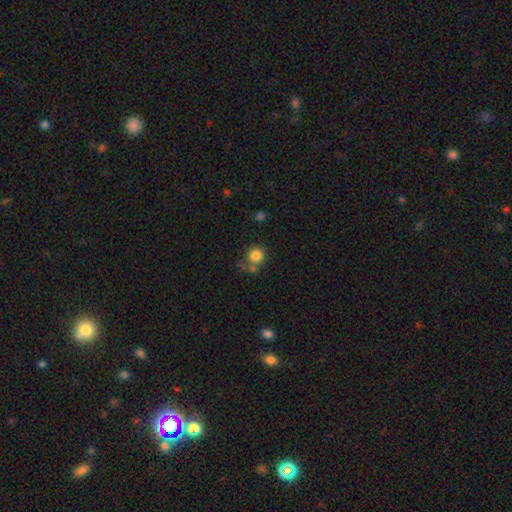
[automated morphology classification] Smooth or featured? Predicted: smooth (p=0.83). How rounded? Predicted: round (p=0.87). Merging? Predicted: none (p=0.54).